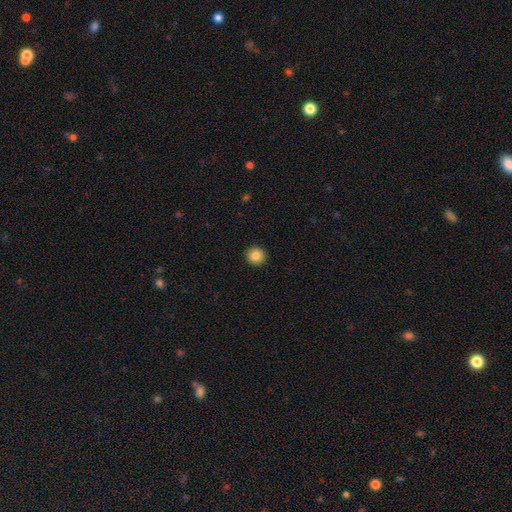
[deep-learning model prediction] This appears to be a smooth galaxy with no disk features (86%) that is round (94%). Merging: none (93%).